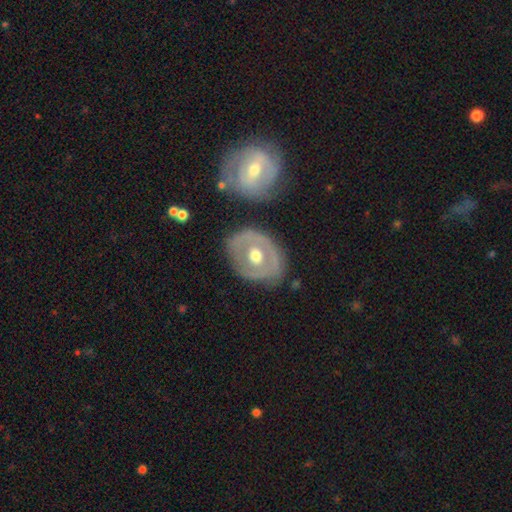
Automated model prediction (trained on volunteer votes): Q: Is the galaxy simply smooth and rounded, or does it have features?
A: featured or disk — 63%.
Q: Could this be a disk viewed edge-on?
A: no — 94%.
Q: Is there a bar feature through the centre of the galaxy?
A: no — 76%.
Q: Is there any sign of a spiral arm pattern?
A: no — 74%.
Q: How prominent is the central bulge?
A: moderate — 79%.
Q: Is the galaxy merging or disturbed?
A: none — 71%.